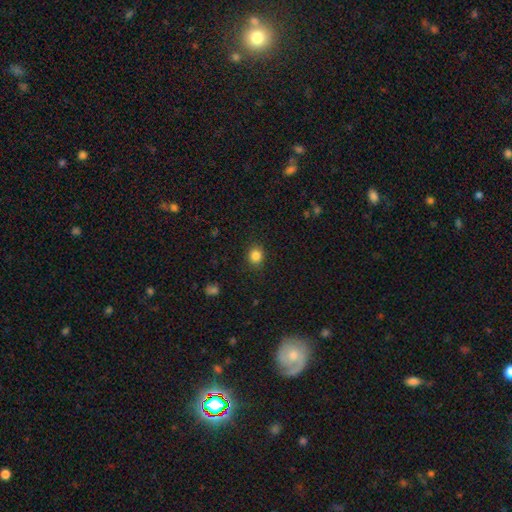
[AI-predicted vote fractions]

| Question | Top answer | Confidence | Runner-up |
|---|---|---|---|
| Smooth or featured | smooth | 85% | star or artifact (11%) |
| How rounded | round | 79% | in between (20%) |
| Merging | none | 89% | minor disturbance (8%) |